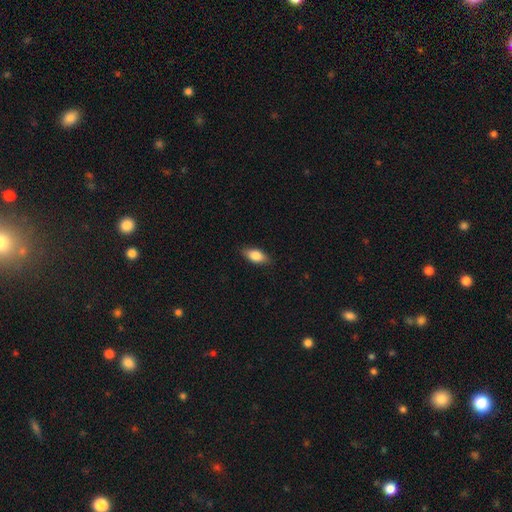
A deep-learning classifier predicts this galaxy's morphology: smooth 78%, featured or disk 15%, star or artifact 7%. Down the decision tree: how rounded — in between (85%); merging — none (85%).